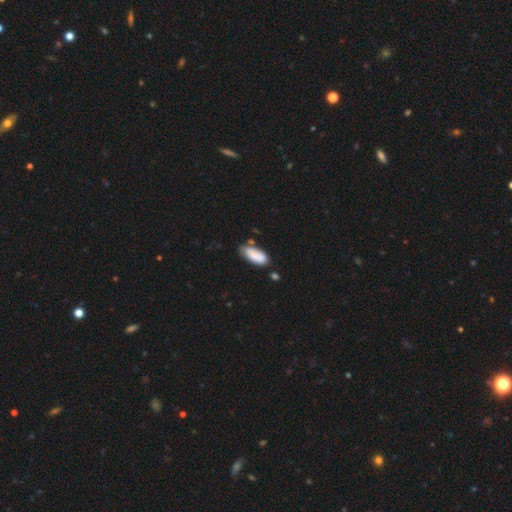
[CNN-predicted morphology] A smooth galaxy with no disk features (81%) that is in between round and cigar-shaped (79%).

Vote fractions:
- Smooth or featured? smooth: 81% / featured or disk: 12% / star or artifact: 7%
- How rounded? in between: 79% / cigar-shaped: 19% / round: 2%
- Merging? none: 58% / minor disturbance: 25% / merger: 11% / major disturbance: 6%